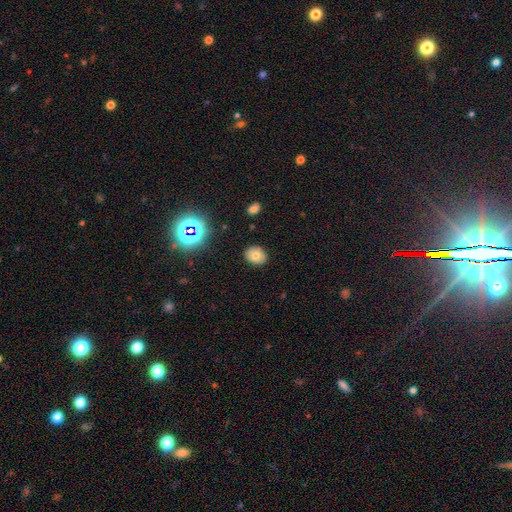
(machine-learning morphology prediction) A smooth galaxy with no disk features (69%) that is round (54%). Merging: none (86%).